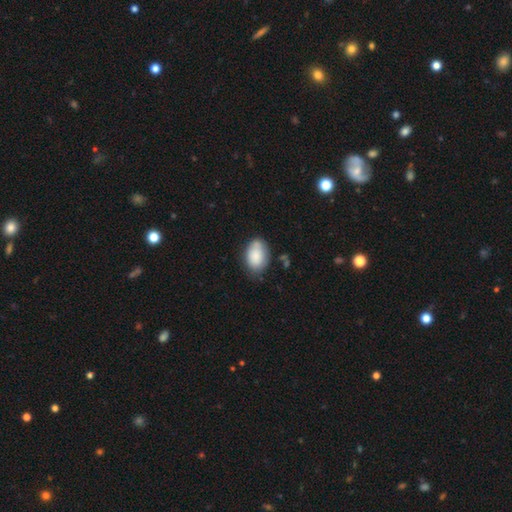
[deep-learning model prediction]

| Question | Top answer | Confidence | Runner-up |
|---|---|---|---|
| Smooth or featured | smooth | 84% | featured or disk (9%) |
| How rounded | in between | 88% | round (11%) |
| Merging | none | 66% | minor disturbance (24%) |